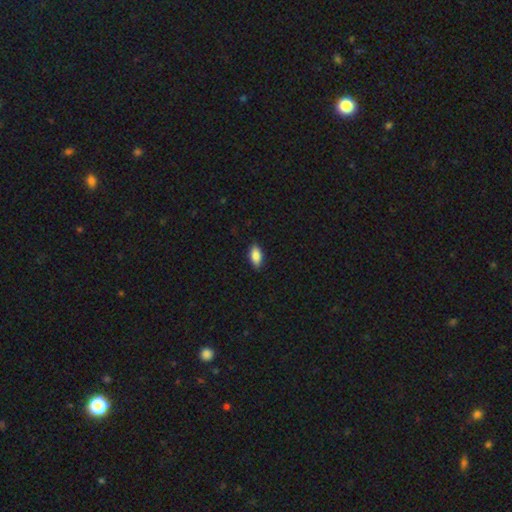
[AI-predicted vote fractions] This appears to be a smooth galaxy with no disk features (86%) that is in between round and cigar-shaped (89%). Merging: none (88%).